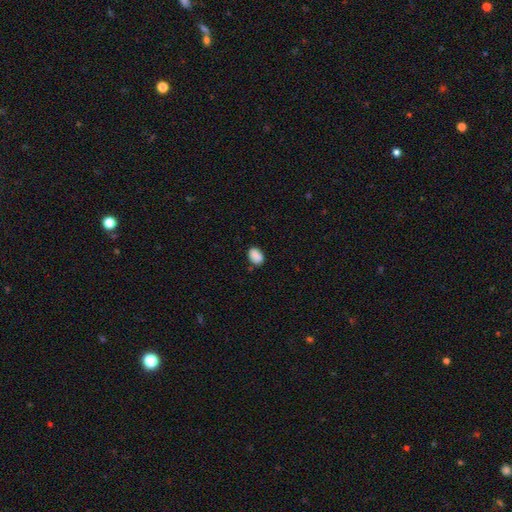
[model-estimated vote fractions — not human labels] Morphology: type=smooth (88%); roundness=in between (82%); merging=none (81%).